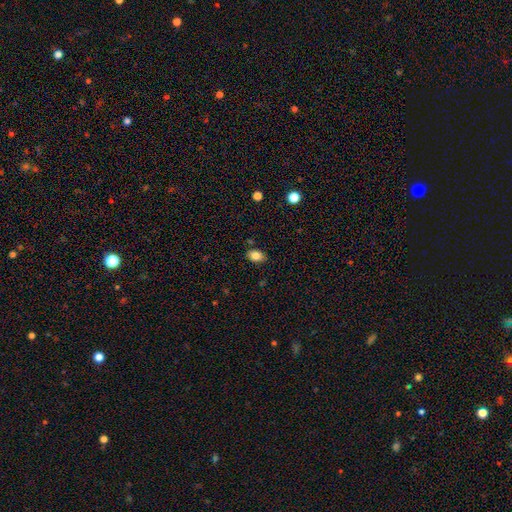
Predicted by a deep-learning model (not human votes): smooth 83%, star or artifact 9%, featured or disk 7%. Down the decision tree: how rounded — in between (84%); merging — none (85%).